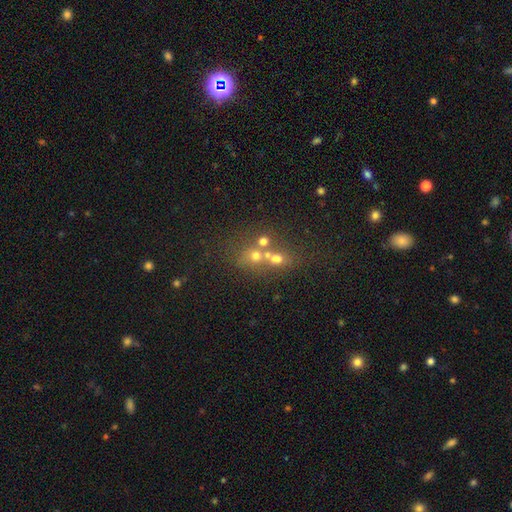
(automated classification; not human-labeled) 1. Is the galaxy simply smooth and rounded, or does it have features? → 55% smooth, 23% star or artifact, 22% featured or disk.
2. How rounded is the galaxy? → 78% round, 20% in between, 1% cigar-shaped.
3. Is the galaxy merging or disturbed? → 46% merger, 40% none, 8% minor disturbance, 6% major disturbance.